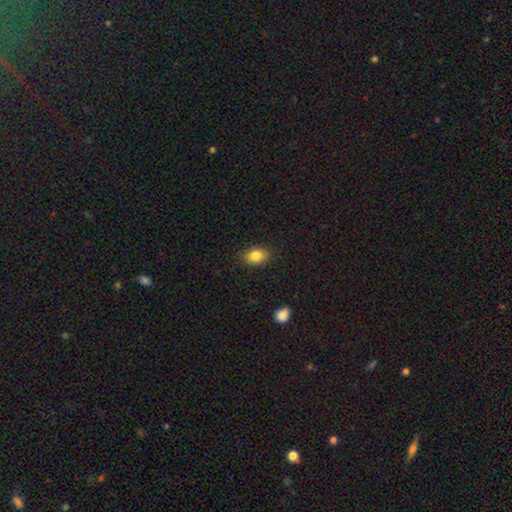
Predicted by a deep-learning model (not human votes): smooth 85%, star or artifact 9%, featured or disk 6%. Down the decision tree: how rounded — in between (73%); merging — none (86%).